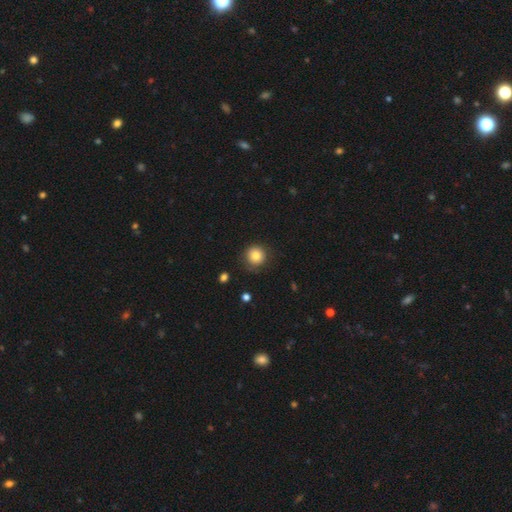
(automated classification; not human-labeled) This appears to be a smooth galaxy with no disk features (82%) that is round (93%). Merging: none (80%).